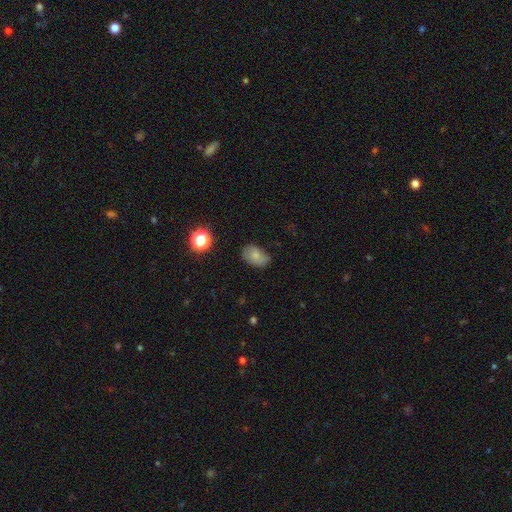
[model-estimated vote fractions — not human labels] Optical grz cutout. It shows a smooth galaxy with no disk features (78%) that is in between round and cigar-shaped (86%). Merging: none (70%).